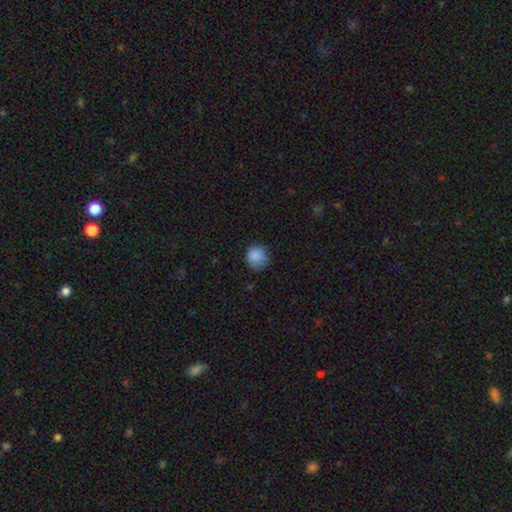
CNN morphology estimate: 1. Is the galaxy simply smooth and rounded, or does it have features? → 86% smooth, 8% star or artifact, 5% featured or disk.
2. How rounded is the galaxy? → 89% round, 10% in between, 1% cigar-shaped.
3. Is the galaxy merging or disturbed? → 73% none, 21% minor disturbance, 5% major disturbance, 1% merger.